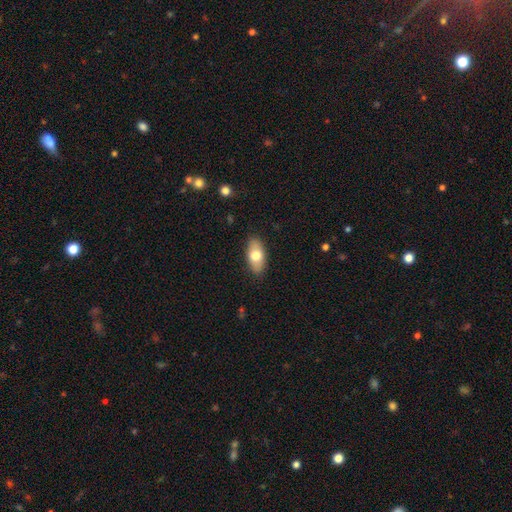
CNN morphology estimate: A smooth galaxy with no disk features (73%) that is in between round and cigar-shaped (90%). Merging: none (87%).